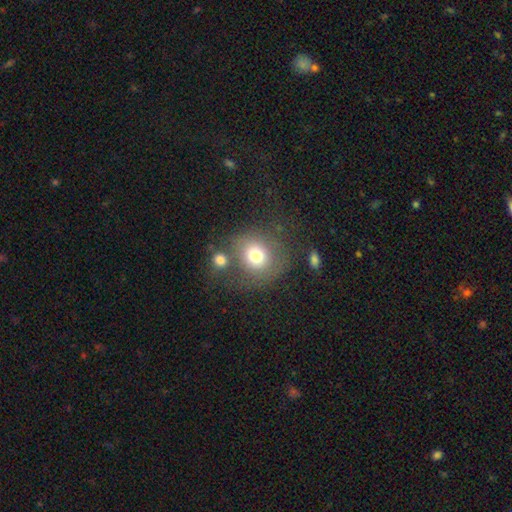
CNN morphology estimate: Smooth or featured? Predicted: smooth (p=0.74). How rounded? Predicted: round (p=0.82). Merging? Predicted: none (p=0.59).